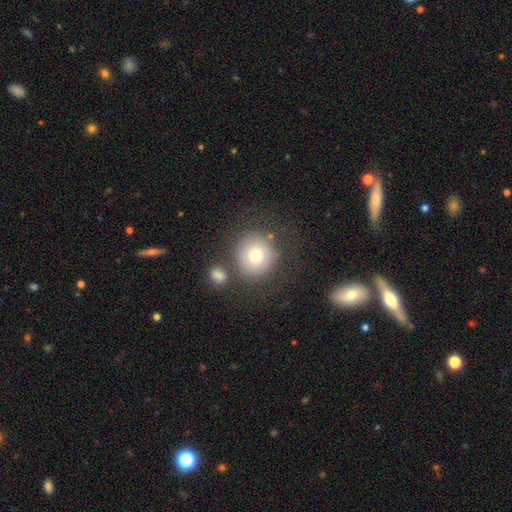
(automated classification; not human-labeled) smooth_or_featured: smooth (p=0.74) [alt: featured or disk p=0.16]
how_rounded: round (p=0.91) [alt: in between p=0.08]
merging: none (p=0.72) [alt: minor disturbance p=0.11]